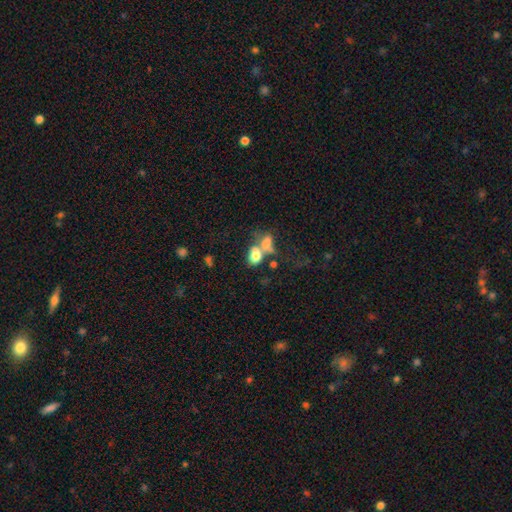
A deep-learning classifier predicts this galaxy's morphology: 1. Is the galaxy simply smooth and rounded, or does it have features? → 73% smooth, 17% featured or disk, 10% star or artifact.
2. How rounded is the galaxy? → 75% in between, 22% round, 2% cigar-shaped.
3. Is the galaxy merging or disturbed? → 60% merger, 23% none, 9% minor disturbance, 8% major disturbance.